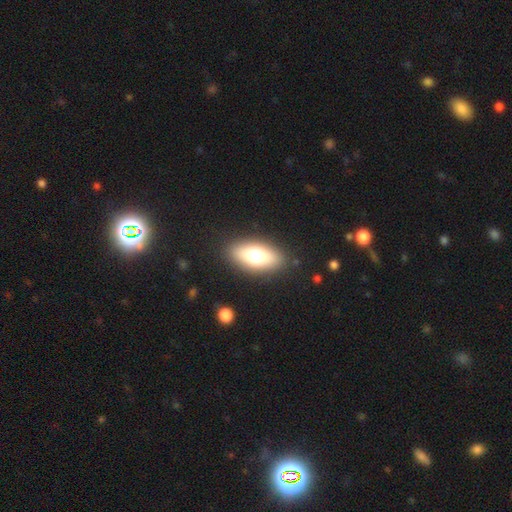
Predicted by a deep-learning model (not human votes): A smooth galaxy with no disk features (69%) that is in between round and cigar-shaped (85%). Merging: none (87%).